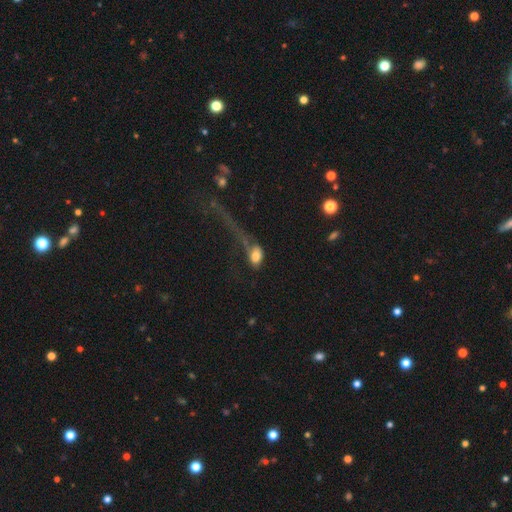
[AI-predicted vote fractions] Q: Smooth or featured?
A: smooth (74%); runner-up: featured or disk (16%)
Q: How rounded?
A: in between (85%); runner-up: round (11%)
Q: Merging?
A: major disturbance (46%); runner-up: none (23%)